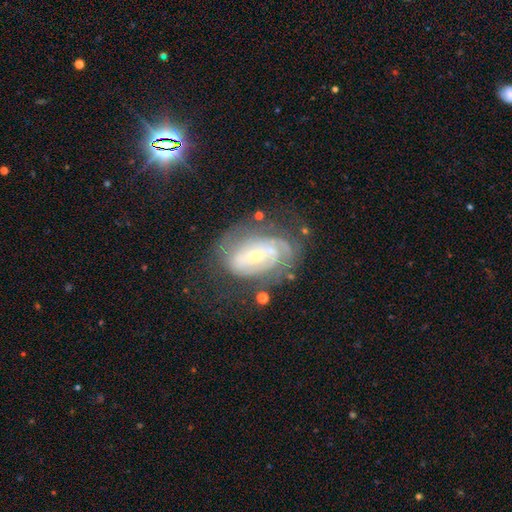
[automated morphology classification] Smooth or featured? featured or disk (84%)
Edge-on disk? no (96%)
Bar? weak (40%)
Spiral arms? yes (91%)
Spiral winding? tight (62%)
Spiral arm count? can't tell (36%, tied with 2)
Bulge size? small (67%)
Merging? none (58%)